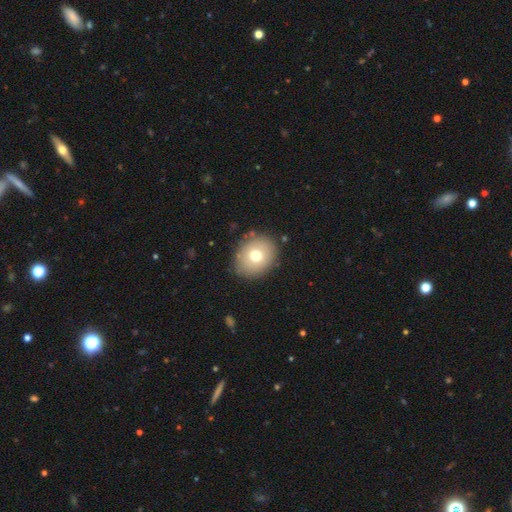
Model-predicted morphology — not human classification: Overall: smooth (72%). How rounded: round (63%; in between 36%). Merging: none (86%).